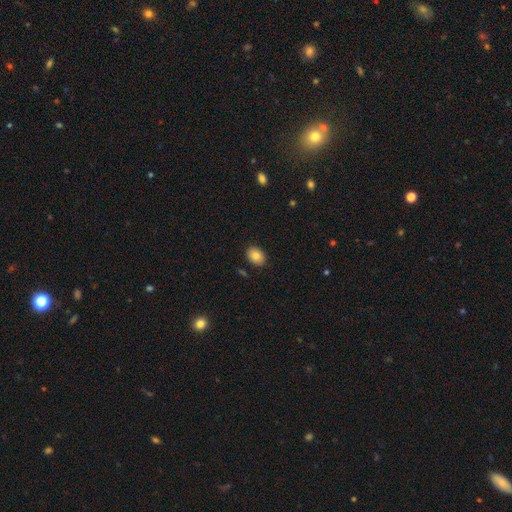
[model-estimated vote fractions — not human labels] smooth_or_featured: smooth (p=0.84) [alt: star or artifact p=0.08]
how_rounded: in between (p=0.66) [alt: round p=0.33]
merging: none (p=0.88) [alt: minor disturbance p=0.09]